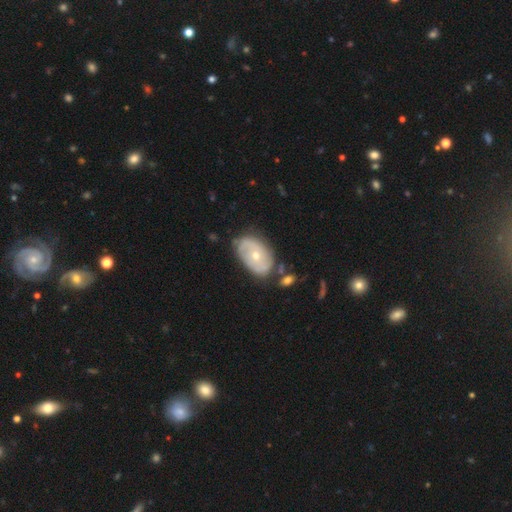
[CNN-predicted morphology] Smooth or featured? featured or disk (65%)
Edge-on disk? no (94%)
Bar? no (77%)
Spiral arms? yes (71%)
Bulge size? moderate (50%)
Merging? none (66%)